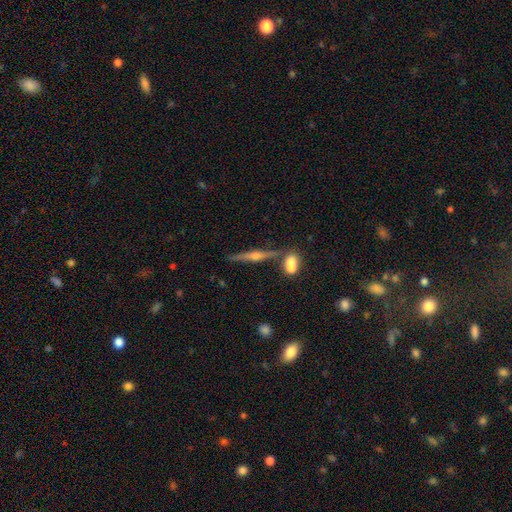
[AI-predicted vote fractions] Smooth or featured? Predicted: featured or disk (p=0.76). Edge-on disk? Predicted: yes (p=0.97). Edge-on bulge? Predicted: rounded (p=0.90). Merging? Predicted: none (p=0.78).